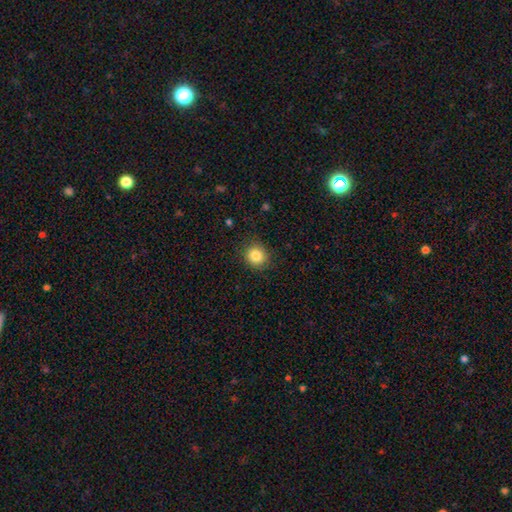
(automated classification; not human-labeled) Q: Smooth or featured?
A: smooth (85%); runner-up: star or artifact (10%)
Q: How rounded?
A: round (84%); runner-up: in between (15%)
Q: Merging?
A: none (88%); runner-up: minor disturbance (8%)